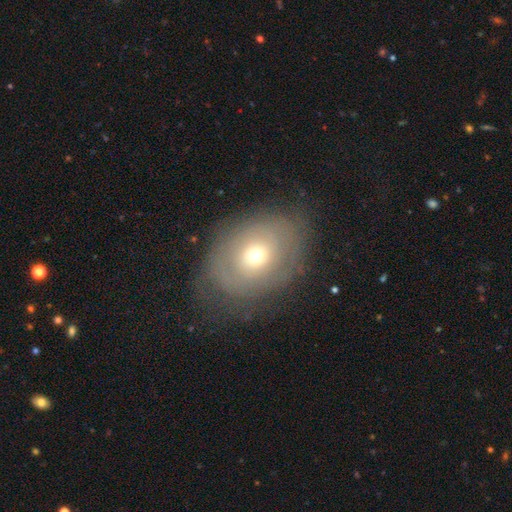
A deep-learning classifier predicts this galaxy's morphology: This is possibly a smooth galaxy (48%). Merging: likely none (68%).